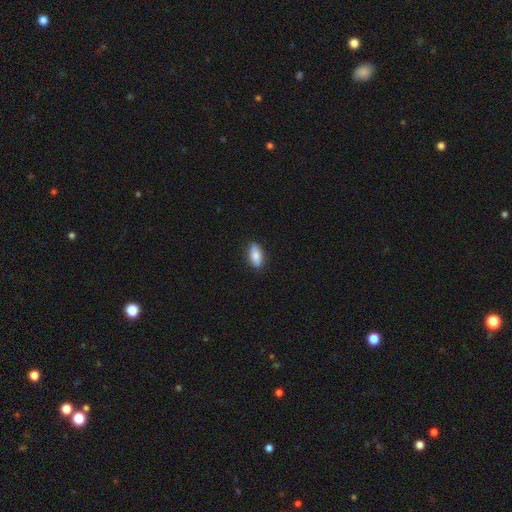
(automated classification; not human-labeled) This is clearly a smooth galaxy (81%). How rounded: likely in between (79%). Merging: clearly none (88%).